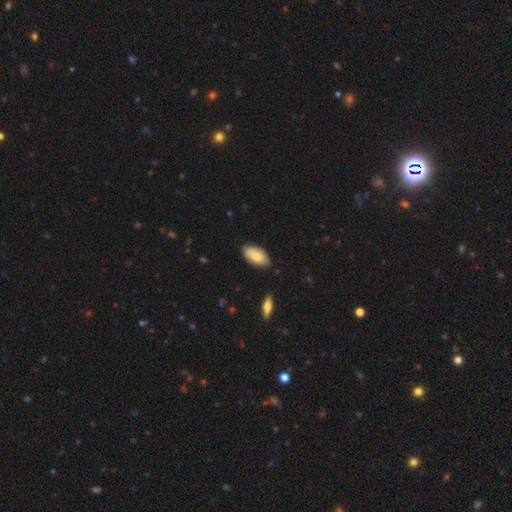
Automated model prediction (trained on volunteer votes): smooth-or-featured: smooth: 86% | featured or disk: 8% | star or artifact: 6%
  how-rounded: in between: 93% | cigar-shaped: 5% | round: 2%
  merging: none: 84% | minor disturbance: 13% | major disturbance: 2% | merger: 2%